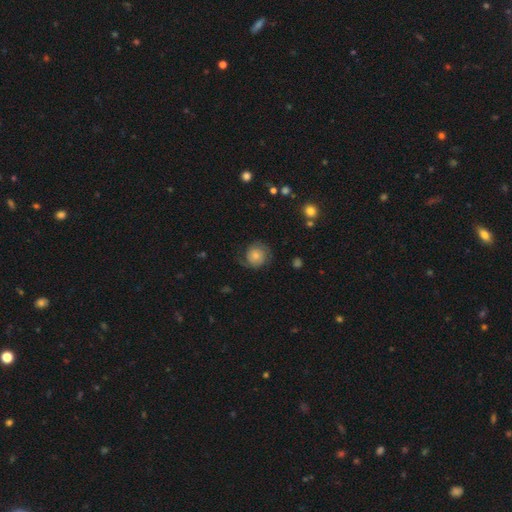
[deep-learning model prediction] A featured or disk galaxy (49%).

Vote fractions:
- Smooth or featured? featured or disk: 49% / smooth: 42% / star or artifact: 9%
- Merging? none: 67% / minor disturbance: 19% / major disturbance: 13% / merger: 1%